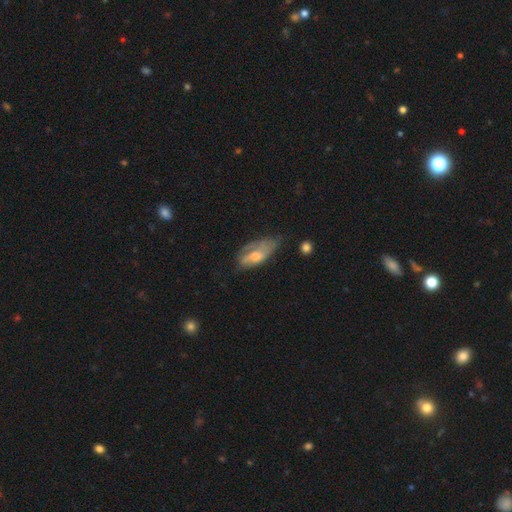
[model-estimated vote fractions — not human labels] Morphology: type=smooth (48%); merging=minor disturbance (33%, tied with none).